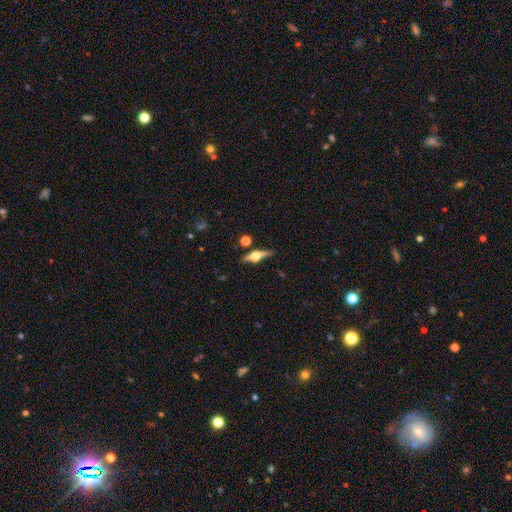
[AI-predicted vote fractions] Smooth or featured: featured or disk — 70% (smooth — 23%)
Edge-on disk: yes — 96% (no — 4%)
Edge-on bulge: rounded — 94% (boxy — 5%)
Merging: none — 84% (minor disturbance — 10%)